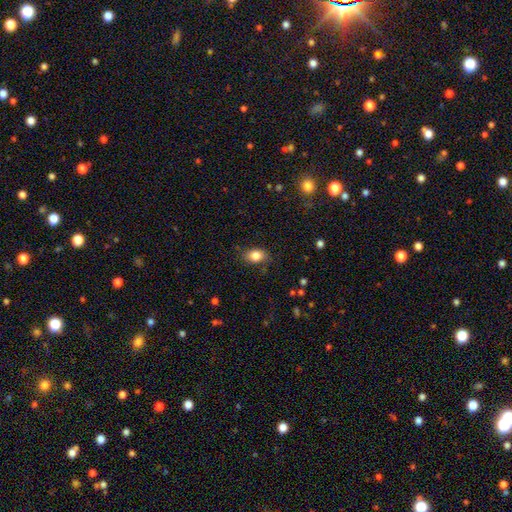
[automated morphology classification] smooth 83%, star or artifact 9%, featured or disk 8%. Down the decision tree: how rounded — in between (77%); merging — none (79%).